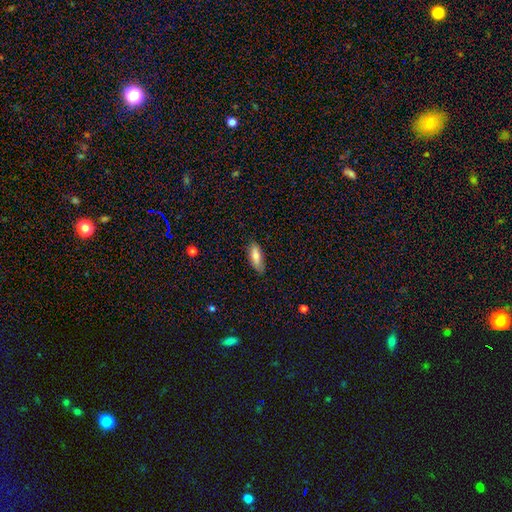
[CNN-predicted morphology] Smooth or featured? smooth (79%)
How rounded? in between (68%)
Merging? none (78%)